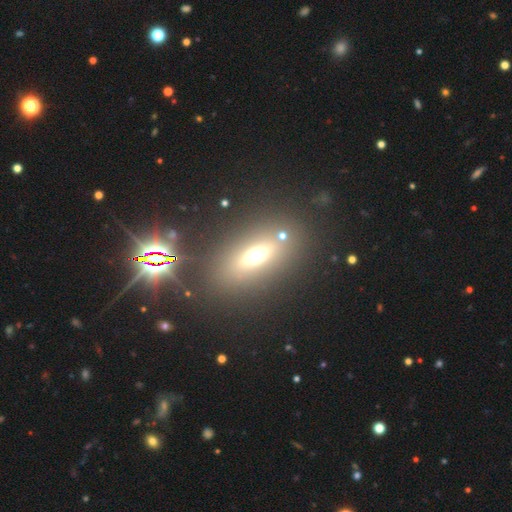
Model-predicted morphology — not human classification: This is possibly a smooth galaxy (47%). Merging: likely none (79%).